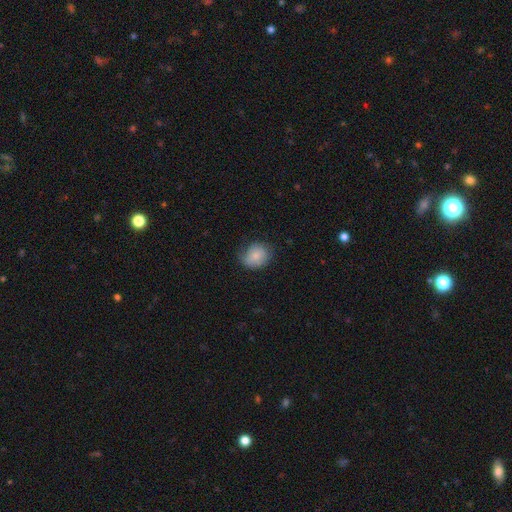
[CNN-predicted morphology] type=smooth (78%); roundness=round (64%); merging=none (64%).